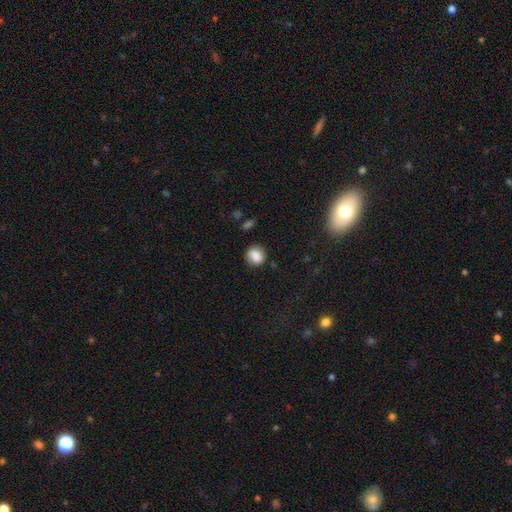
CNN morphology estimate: A smooth galaxy with no disk features (84%) that is round (76%).

Vote fractions:
- Smooth or featured? smooth: 84% / star or artifact: 9% / featured or disk: 7%
- How rounded? round: 76% / in between: 22% / cigar-shaped: 1%
- Merging? none: 77% / minor disturbance: 16% / major disturbance: 4% / merger: 2%